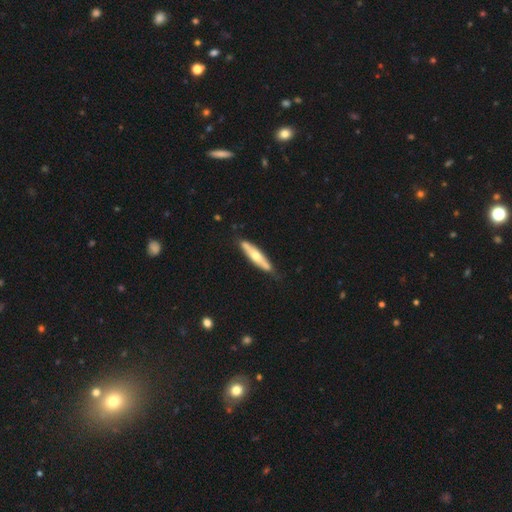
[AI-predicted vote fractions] A featured or disk galaxy (50%) viewed edge-on (83%).

Vote fractions:
- Smooth or featured? featured or disk: 50% / smooth: 45% / star or artifact: 5%
- Edge-on disk? yes: 83% / no: 17%
- Merging? none: 78% / minor disturbance: 17% / major disturbance: 3% / merger: 2%